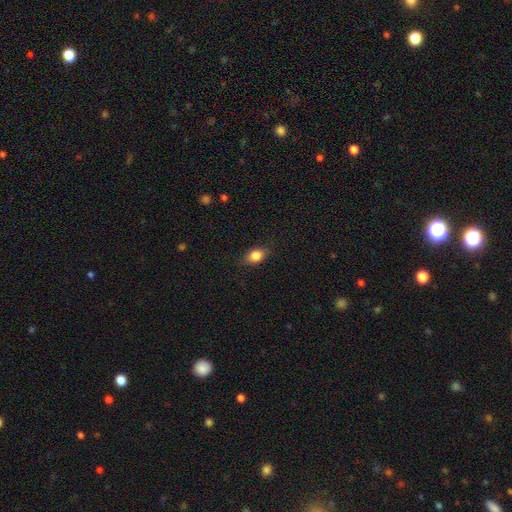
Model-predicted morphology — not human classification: This is clearly a smooth galaxy (84%). How rounded: likely in between (75%). Merging: clearly none (84%).